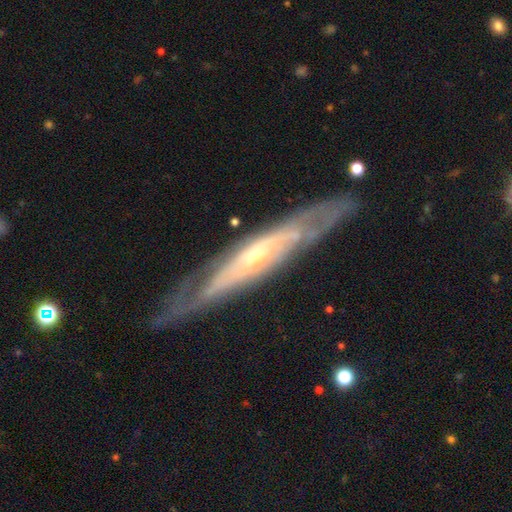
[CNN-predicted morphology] smooth-or-featured: featured or disk: 80% | smooth: 14% | star or artifact: 6%
  disk-edge-on: yes: 51% | no: 49%
  merging: none: 77% | minor disturbance: 15% | major disturbance: 5% | merger: 2%